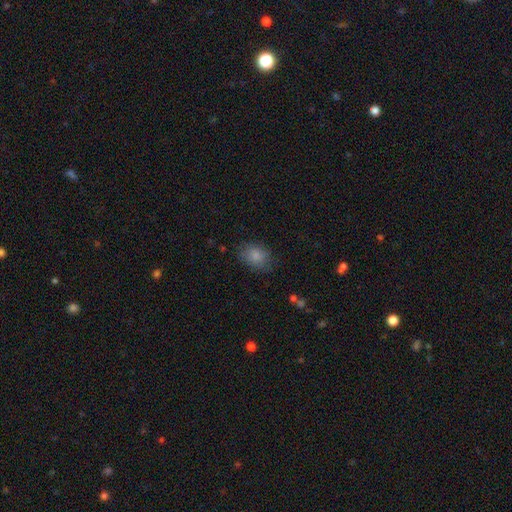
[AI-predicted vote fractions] A smooth galaxy with no disk features (84%) that is in between round and cigar-shaped (64%). Merging: none (75%).